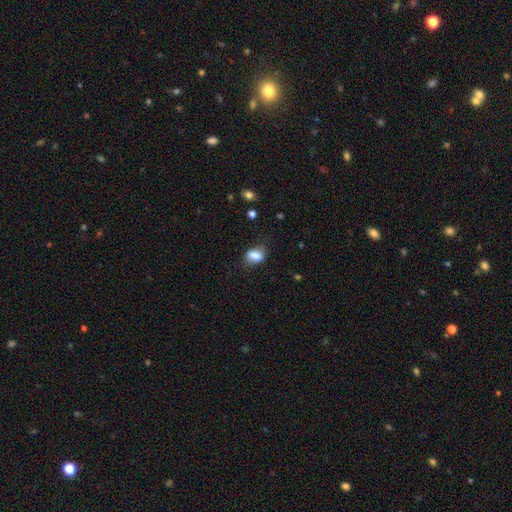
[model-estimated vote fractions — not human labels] Smooth or featured? Predicted: smooth (p=0.82). How rounded? Predicted: in between (p=0.77). Merging? Predicted: none (p=0.63).